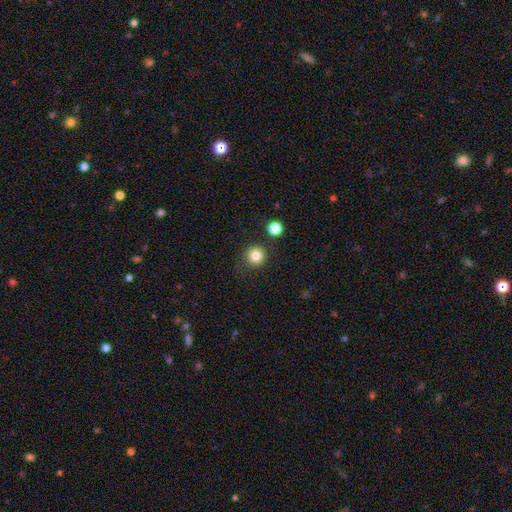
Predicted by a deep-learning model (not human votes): A smooth galaxy with no disk features (83%) that is round (94%).

Vote fractions:
- Smooth or featured? smooth: 83% / star or artifact: 12% / featured or disk: 6%
- How rounded? round: 94% / in between: 5% / cigar-shaped: 1%
- Merging? none: 82% / minor disturbance: 10% / merger: 4% / major disturbance: 3%